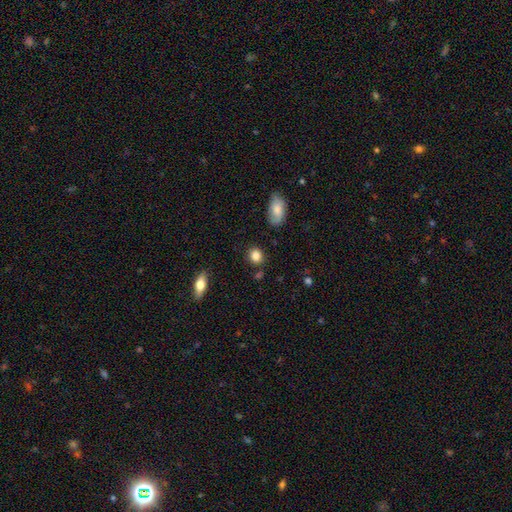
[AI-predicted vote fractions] Overall: smooth (86%). How rounded: round (71%). Merging: none (83%).